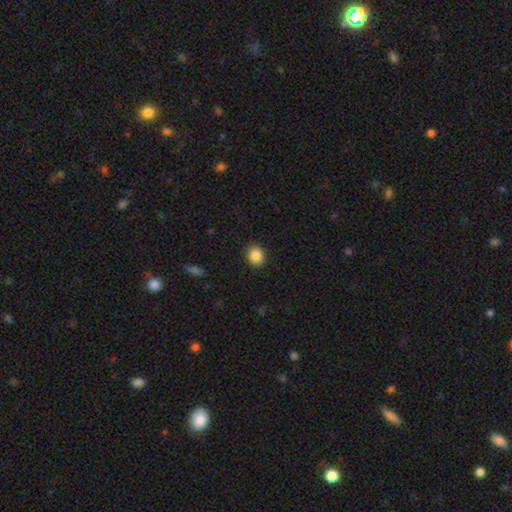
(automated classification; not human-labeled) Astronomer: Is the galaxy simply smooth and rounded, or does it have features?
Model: smooth — 87%.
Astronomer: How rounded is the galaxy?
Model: round — 65%.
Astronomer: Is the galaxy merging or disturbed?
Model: none — 90%.